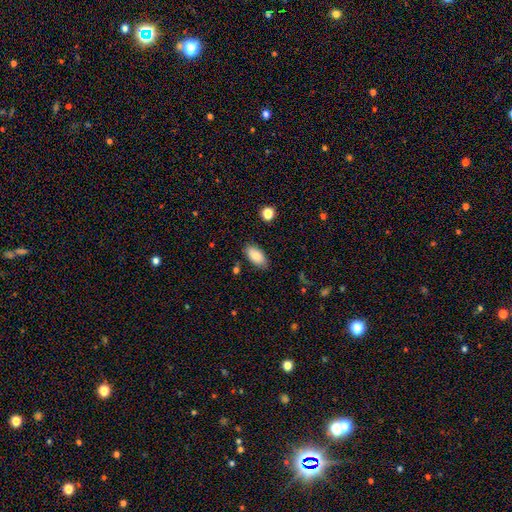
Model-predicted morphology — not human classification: Q: Smooth or featured?
A: smooth (84%); runner-up: featured or disk (8%)
Q: How rounded?
A: in between (94%); runner-up: cigar-shaped (4%)
Q: Merging?
A: none (82%); runner-up: minor disturbance (13%)